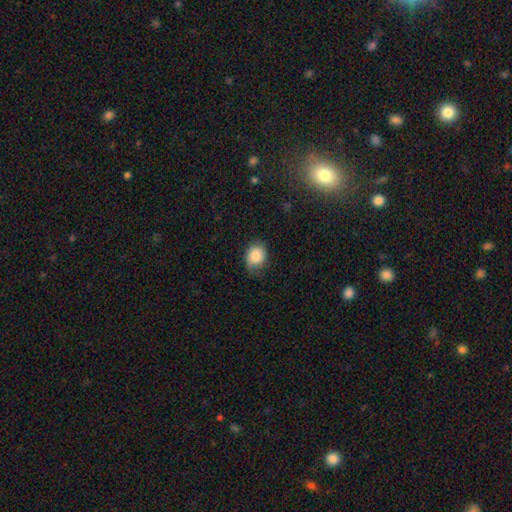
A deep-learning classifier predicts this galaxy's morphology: Smooth or featured? Predicted: smooth (p=0.84). How rounded? Predicted: round (p=0.53). Merging? Predicted: none (p=0.62).